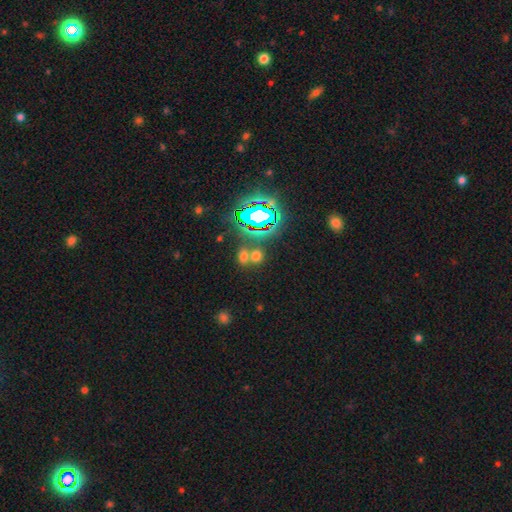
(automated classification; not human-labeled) Q: Smooth or featured?
A: smooth (53%); runner-up: star or artifact (37%)
Q: How rounded?
A: round (66%); runner-up: in between (32%)
Q: Merging?
A: none (53%); runner-up: merger (36%)